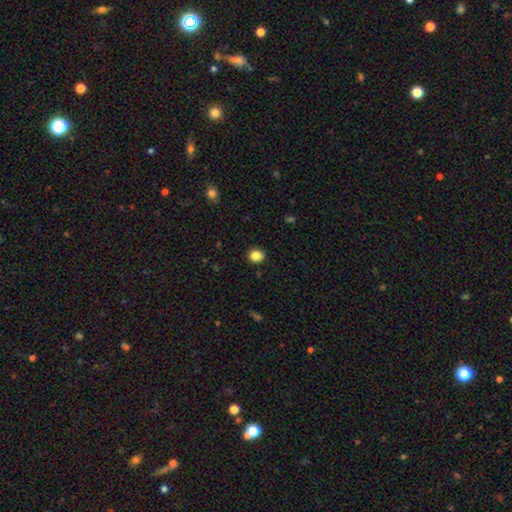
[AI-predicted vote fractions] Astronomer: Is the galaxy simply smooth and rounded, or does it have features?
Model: smooth — 87%.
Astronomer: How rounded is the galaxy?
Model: round — 67%.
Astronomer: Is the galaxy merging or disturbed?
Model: none — 90%.